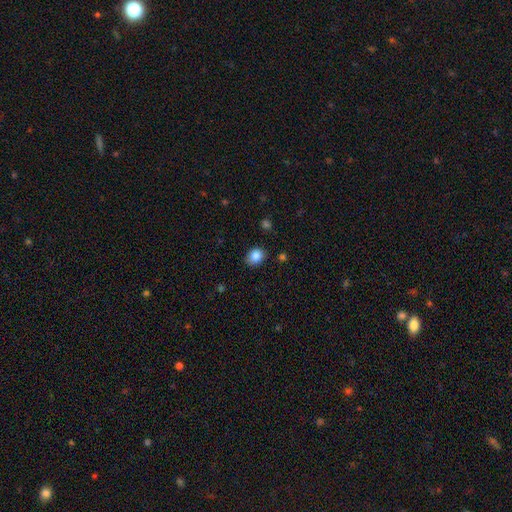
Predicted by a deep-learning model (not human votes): Smooth or featured: smooth — 86% (star or artifact — 9%)
How rounded: round — 50% (in between — 49%)
Merging: none — 81% (minor disturbance — 14%)